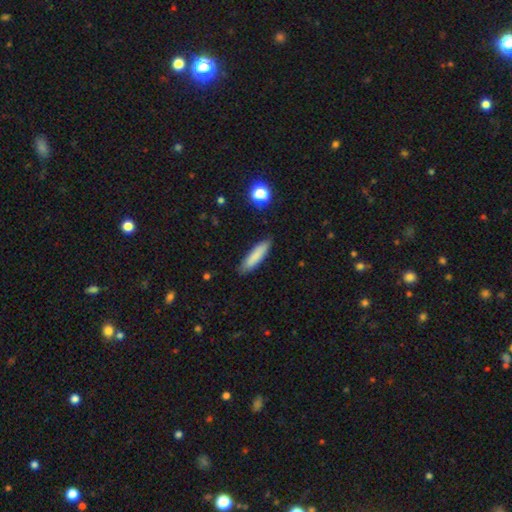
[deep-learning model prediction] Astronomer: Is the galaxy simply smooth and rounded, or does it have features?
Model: smooth — 85%.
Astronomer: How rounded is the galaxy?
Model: cigar-shaped — 73%.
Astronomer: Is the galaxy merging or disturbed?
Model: none — 87%.